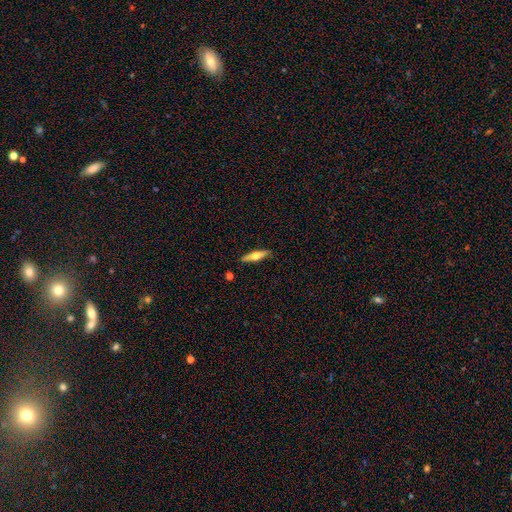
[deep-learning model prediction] featured or disk 54%, smooth 40%, star or artifact 6%. Down the decision tree: edge-on disk — yes (94%); edge-on bulge — rounded (94%); merging — none (89%).